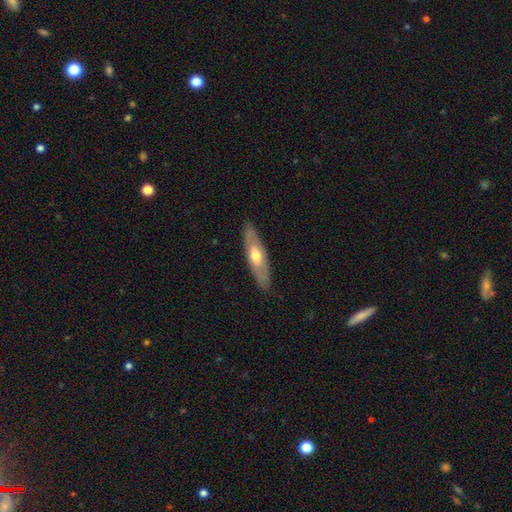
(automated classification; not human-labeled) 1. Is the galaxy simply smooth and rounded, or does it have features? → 49% featured or disk, 46% smooth, 5% star or artifact.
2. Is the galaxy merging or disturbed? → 86% none, 10% minor disturbance, 2% major disturbance, 1% merger.